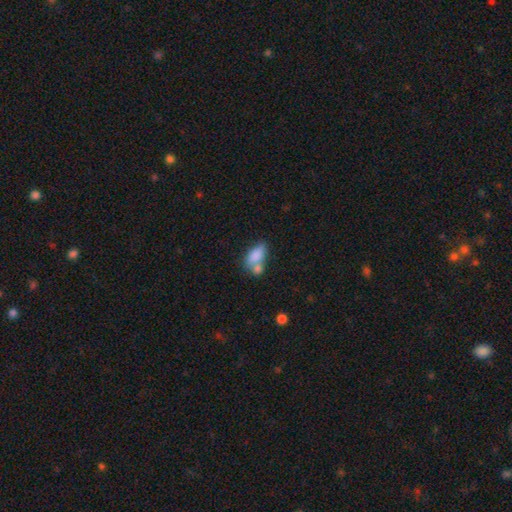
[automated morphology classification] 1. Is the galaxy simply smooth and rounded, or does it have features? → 80% smooth, 12% featured or disk, 8% star or artifact.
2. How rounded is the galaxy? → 88% in between, 6% round, 6% cigar-shaped.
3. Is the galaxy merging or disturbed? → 47% merger, 33% none, 14% minor disturbance, 6% major disturbance.